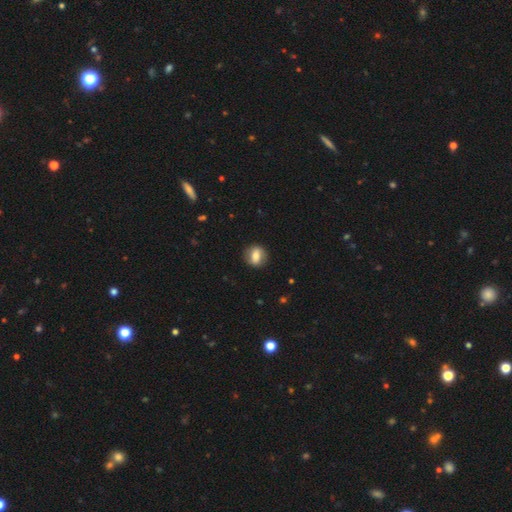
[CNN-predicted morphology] Smooth or featured? smooth (65%)
How rounded? round (60%)
Merging? none (85%)